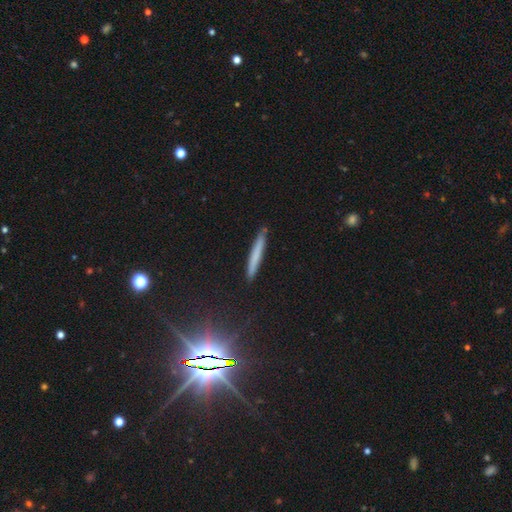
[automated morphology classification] Smooth or featured? Predicted: smooth (p=0.66). How rounded? Predicted: cigar-shaped (p=0.96). Merging? Predicted: none (p=0.88).